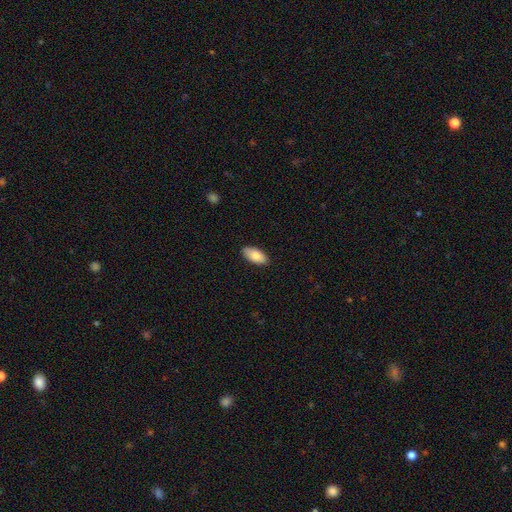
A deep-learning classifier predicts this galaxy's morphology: A smooth galaxy with no disk features (82%) that is in between round and cigar-shaped (92%). Merging: none (88%).